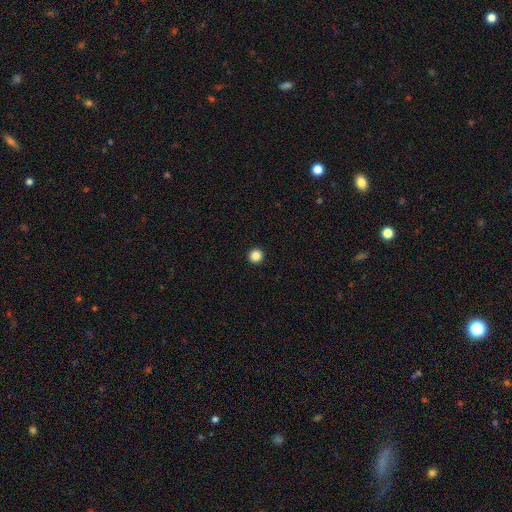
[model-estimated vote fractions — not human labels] A smooth galaxy with no disk features (86%) that is round (97%).

Vote fractions:
- Smooth or featured? smooth: 86% / star or artifact: 11% / featured or disk: 3%
- How rounded? round: 97% / in between: 2% / cigar-shaped: 1%
- Merging? none: 95% / minor disturbance: 3% / major disturbance: 1% / merger: 1%